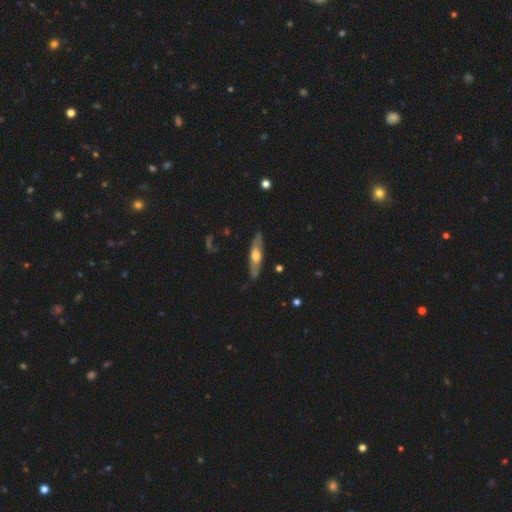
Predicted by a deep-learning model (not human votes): A featured or disk galaxy (58%) viewed edge-on (68%).

Vote fractions:
- Smooth or featured? featured or disk: 58% / smooth: 37% / star or artifact: 5%
- Edge-on disk? yes: 68% / no: 32%
- Merging? none: 84% / minor disturbance: 12% / major disturbance: 2% / merger: 1%